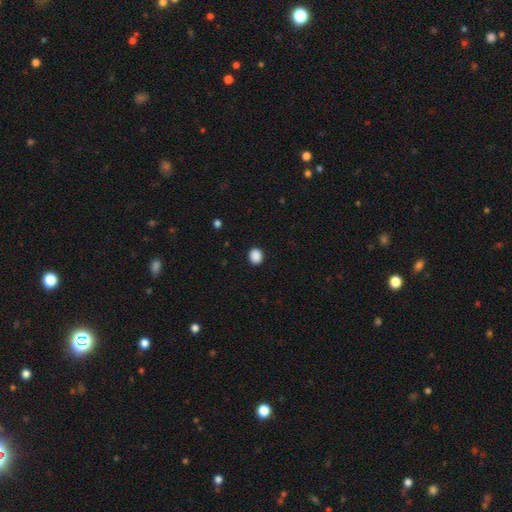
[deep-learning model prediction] smooth_or_featured: smooth (p=0.89) [alt: star or artifact p=0.09]
how_rounded: round (p=0.68) [alt: in between p=0.31]
merging: none (p=0.91) [alt: minor disturbance p=0.06]